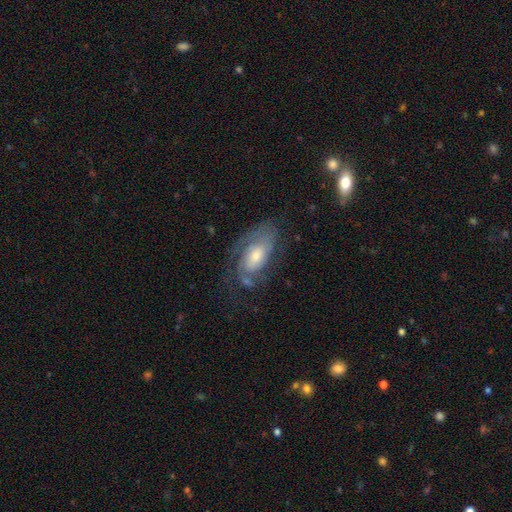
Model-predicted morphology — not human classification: Smooth or featured? featured or disk (76%)
Edge-on disk? no (94%)
Bar? no (60%)
Spiral arms? yes (90%)
Spiral winding? tight (49%)
Spiral arm count? 2 (43%)
Bulge size? moderate (53%)
Merging? none (57%)